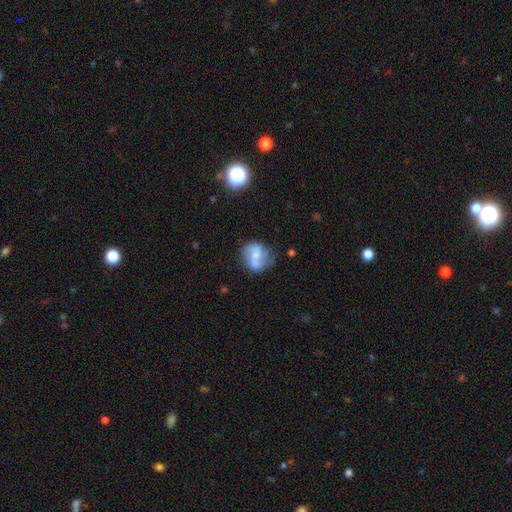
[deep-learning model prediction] smooth-or-featured: featured or disk: 54% | smooth: 38% | star or artifact: 8%
  disk-edge-on: no: 97% | yes: 3%
    bar: no: 50% | weak: 37% | strong: 12%
    has-spiral-arms: yes: 71% | no: 29%
    bulge-size: moderate: 39% | small: 38% | none: 15% | large: 6% | dominant: 2%
  merging: none: 46% | minor disturbance: 23% | merger: 18% | major disturbance: 12%